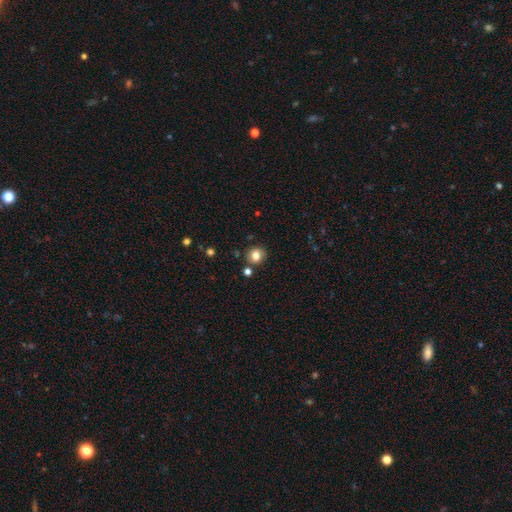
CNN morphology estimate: A smooth galaxy with no disk features (81%) that is round (86%). Merging: none (84%).